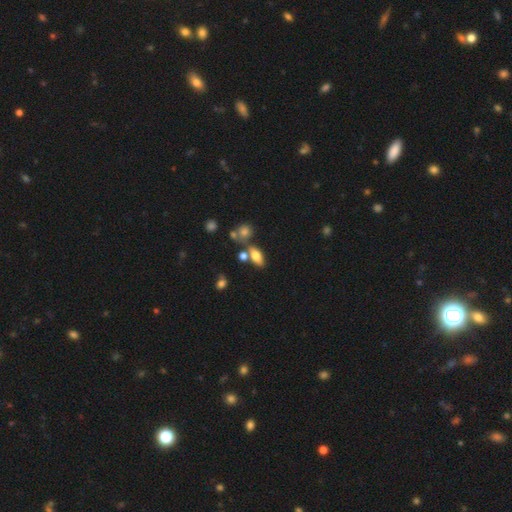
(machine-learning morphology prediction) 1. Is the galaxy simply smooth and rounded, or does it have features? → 69% smooth, 21% featured or disk, 11% star or artifact.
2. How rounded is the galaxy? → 77% in between, 15% cigar-shaped, 8% round.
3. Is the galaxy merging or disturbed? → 60% none, 20% merger, 15% minor disturbance, 6% major disturbance.